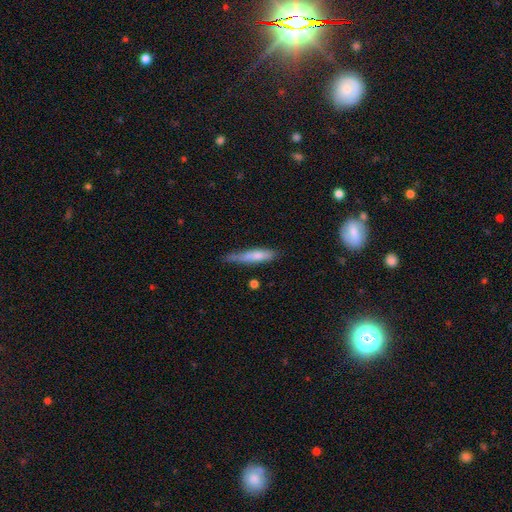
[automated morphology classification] smooth-or-featured: smooth: 71% | featured or disk: 23% | star or artifact: 6%
  how-rounded: cigar-shaped: 84% | in between: 14% | round: 2%
  merging: none: 54% | minor disturbance: 32% | major disturbance: 9% | merger: 5%